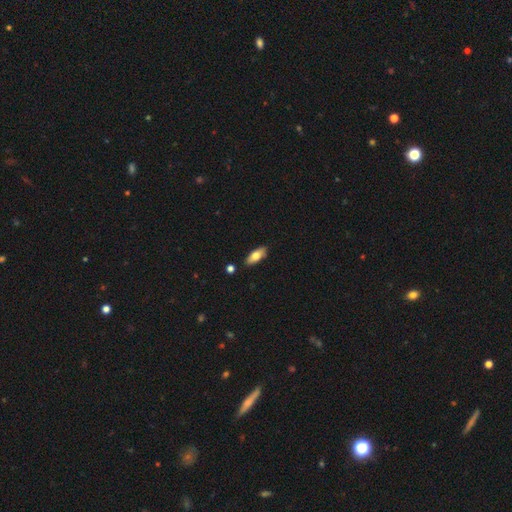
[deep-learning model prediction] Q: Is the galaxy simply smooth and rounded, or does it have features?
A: smooth — 72%.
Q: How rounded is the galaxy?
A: in between — 77%.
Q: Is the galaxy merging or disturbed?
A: none — 87%.